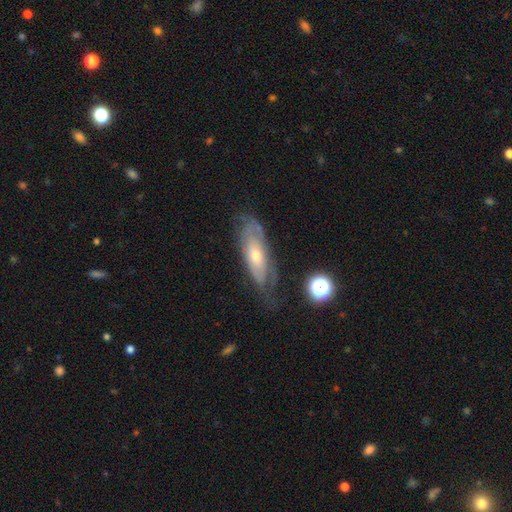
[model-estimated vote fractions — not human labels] A featured or disk galaxy (63%).

Vote fractions:
- Smooth or featured? featured or disk: 63% / smooth: 29% / star or artifact: 8%
- Edge-on disk? no: 78% / yes: 22%
- Merging? none: 60% / minor disturbance: 26% / major disturbance: 12% / merger: 2%